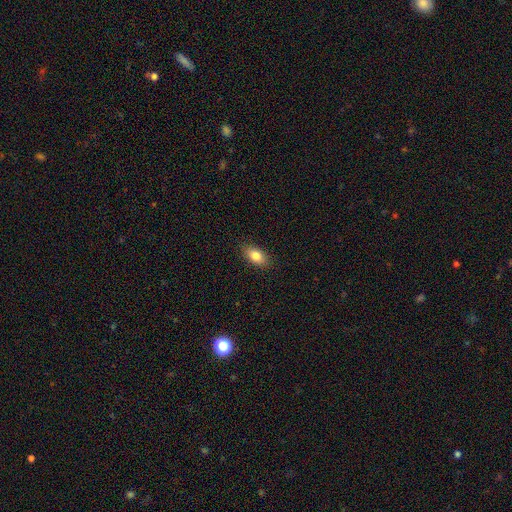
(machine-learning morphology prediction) Q: Smooth or featured?
A: smooth (83%); runner-up: featured or disk (9%)
Q: How rounded?
A: in between (90%); runner-up: round (6%)
Q: Merging?
A: none (88%); runner-up: minor disturbance (9%)